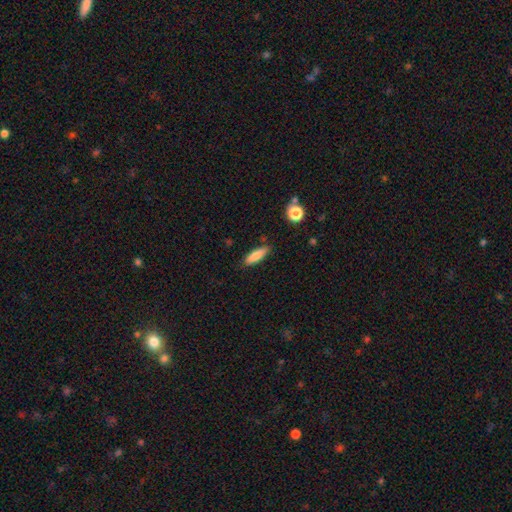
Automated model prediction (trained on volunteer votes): Smooth or featured? Predicted: smooth (p=0.82). How rounded? Predicted: cigar-shaped (p=0.57). Merging? Predicted: none (p=0.83).